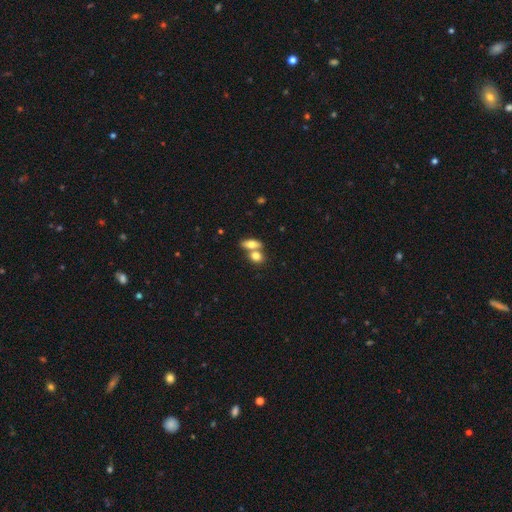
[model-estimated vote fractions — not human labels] This is likely a smooth galaxy (75%). How rounded: likely in between (63%). Merging: possibly merger (52%).